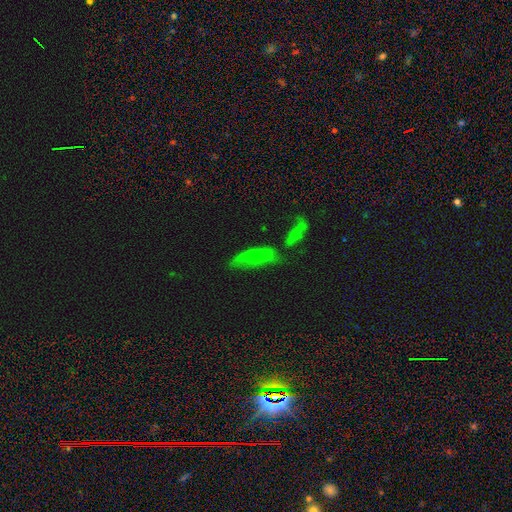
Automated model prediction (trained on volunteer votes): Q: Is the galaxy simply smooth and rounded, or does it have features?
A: smooth — 57%.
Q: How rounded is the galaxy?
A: cigar-shaped — 51%.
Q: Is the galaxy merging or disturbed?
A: none — 46%.